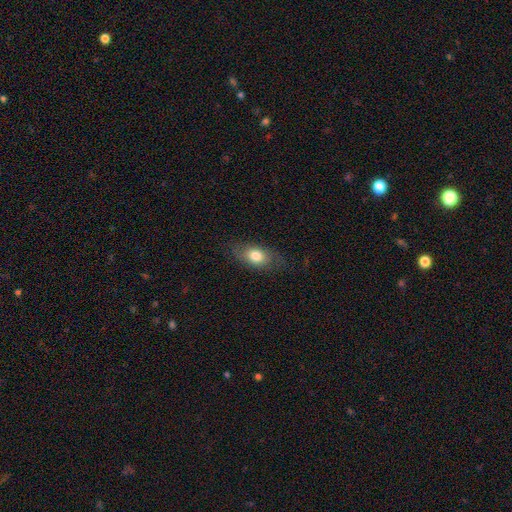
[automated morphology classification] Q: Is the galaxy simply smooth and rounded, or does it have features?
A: smooth — 76%.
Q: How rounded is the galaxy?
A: in between — 83%.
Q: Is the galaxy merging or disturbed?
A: none — 75%.